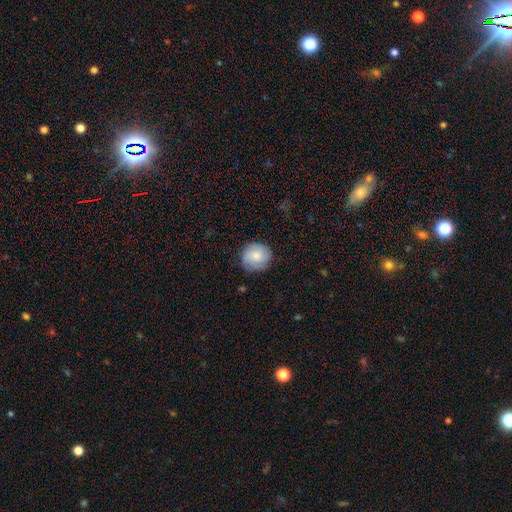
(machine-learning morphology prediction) Smooth or featured: smooth — 70% (featured or disk — 23%)
How rounded: round — 88% (in between — 11%)
Merging: none — 80% (minor disturbance — 15%)